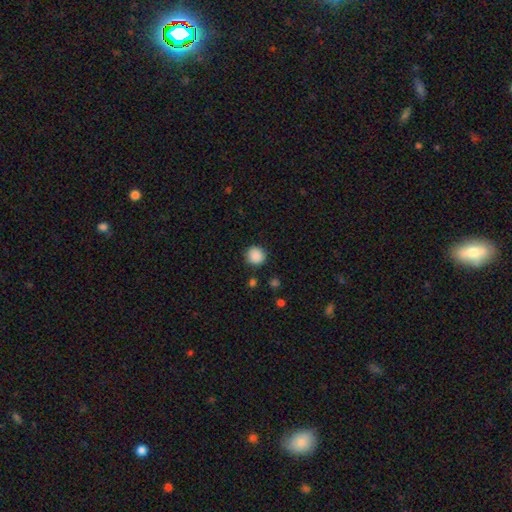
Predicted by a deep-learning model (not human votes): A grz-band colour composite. It shows a smooth galaxy with no disk features (89%) that is round (91%). Merging: none (89%).